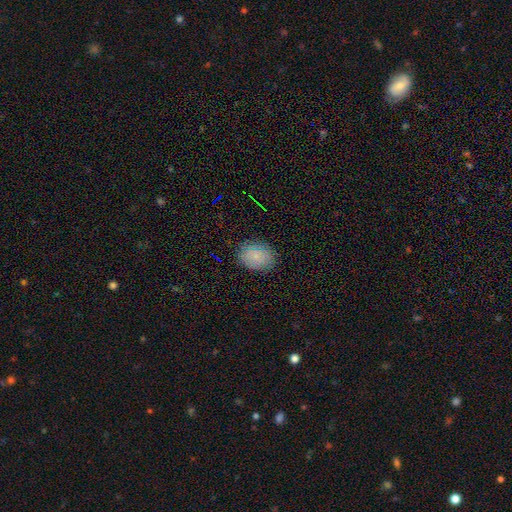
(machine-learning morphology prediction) Smooth or featured? smooth (78%)
How rounded? in between (72%)
Merging? none (84%)